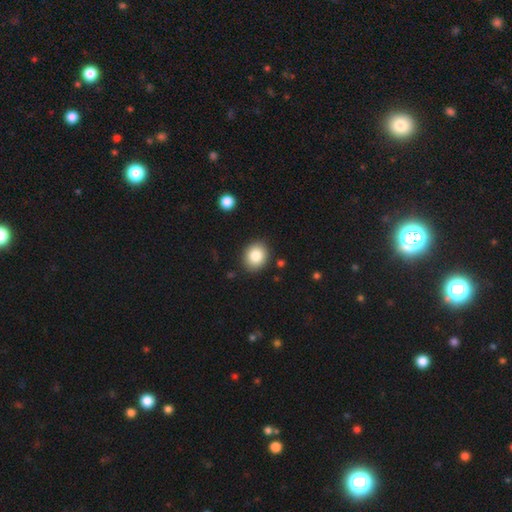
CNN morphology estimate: A smooth galaxy with no disk features (85%) that is round (60%). Merging: none (88%).